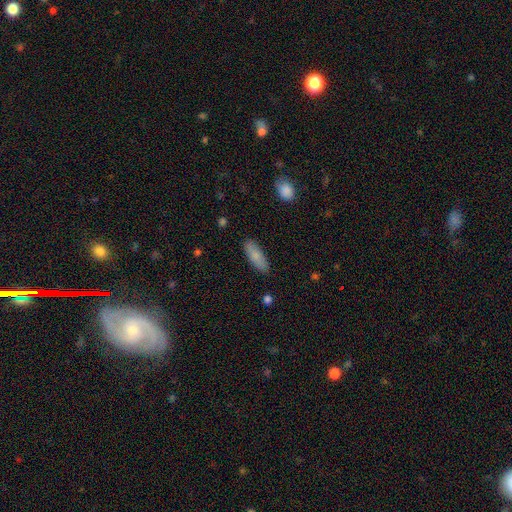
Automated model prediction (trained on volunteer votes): The model was most divided on "how rounded": in between: 61%, cigar-shaped: 38%, round: 2%. More confident: merging — none (86%); smooth or featured — smooth (83%).